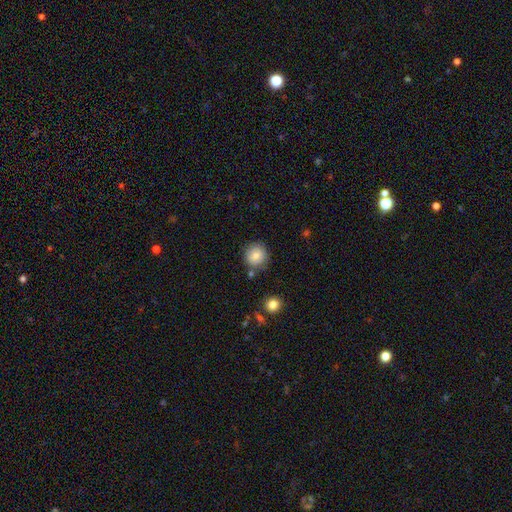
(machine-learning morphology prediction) smooth_or_featured: smooth (p=0.80) [alt: featured or disk p=0.11]
how_rounded: round (p=0.93) [alt: in between p=0.06]
merging: none (p=0.81) [alt: minor disturbance p=0.11]